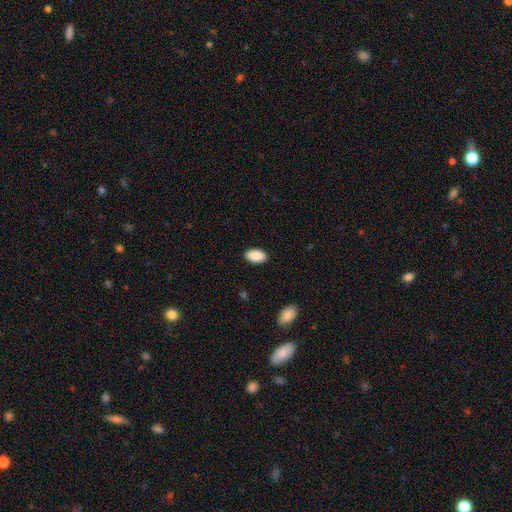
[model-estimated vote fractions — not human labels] Morphology: type=smooth (90%); roundness=in between (95%); merging=none (89%).